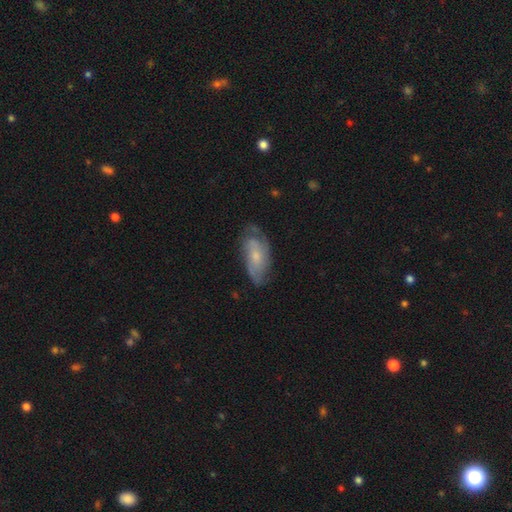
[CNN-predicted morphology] smooth-or-featured: featured or disk: 64% | smooth: 29% | star or artifact: 7%
  disk-edge-on: no: 92% | yes: 8%
    bar: no: 68% | weak: 27% | strong: 5%
    has-spiral-arms: yes: 86% | no: 14%
      spiral-winding: medium: 42% | tight: 39% | loose: 19%
      spiral-arm-count: 2: 46% | can't tell: 32% | 3: 11% | 1: 4% | 4: 3% | more than 4: 3%
    bulge-size: small: 56% | moderate: 34% | none: 7% | large: 3% | dominant: 1%
  merging: none: 64% | minor disturbance: 24% | major disturbance: 10% | merger: 2%